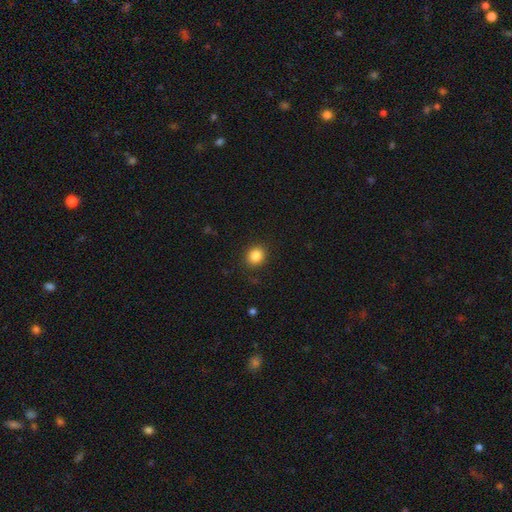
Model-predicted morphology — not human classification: Smooth or featured?
  - smooth: 85% *
  - star or artifact: 10%
  - featured or disk: 5%
How rounded?
  - round: 79% *
  - in between: 21%
  - cigar-shaped: 1%
Merging?
  - none: 88% *
  - minor disturbance: 8%
  - major disturbance: 3%
  - merger: 1%